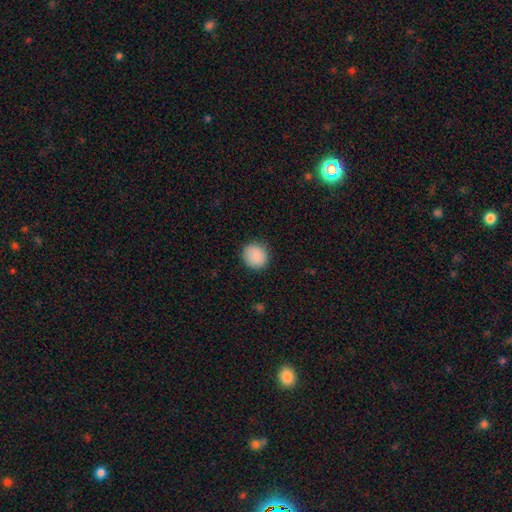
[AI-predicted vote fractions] Smooth or featured?
  - smooth: 87% *
  - star or artifact: 7%
  - featured or disk: 5%
How rounded?
  - round: 84% *
  - in between: 15%
  - cigar-shaped: 1%
Merging?
  - none: 88% *
  - minor disturbance: 9%
  - major disturbance: 2%
  - merger: 1%